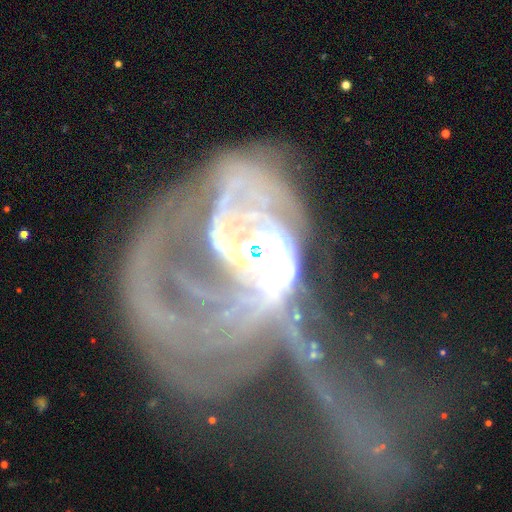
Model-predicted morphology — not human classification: Smooth or featured? featured or disk (83%)
Edge-on disk? no (97%)
Bar? no (47%)
Spiral arms? yes (82%)
Spiral winding? medium (38%)
Spiral arm count? can't tell (28%)
Bulge size? moderate (44%)
Merging? major disturbance (48%)